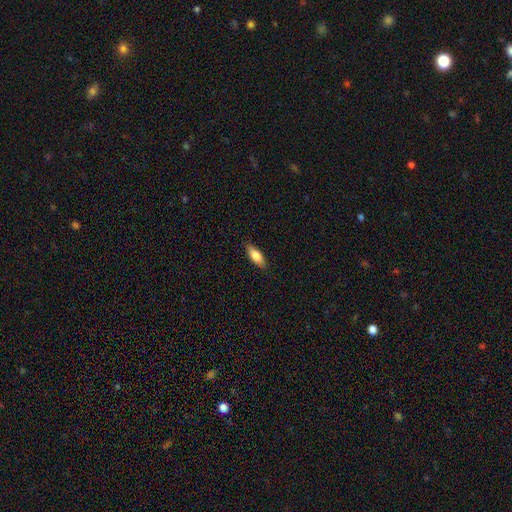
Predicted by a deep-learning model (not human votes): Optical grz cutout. It shows a smooth galaxy with no disk features (79%) that is in between round and cigar-shaped (72%). Merging: none (87%).